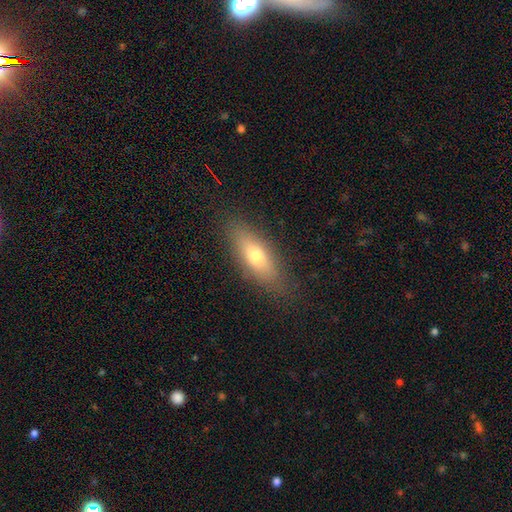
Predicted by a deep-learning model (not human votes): Overall: smooth (67%). How rounded: in between (58%; cigar-shaped 39%). Merging: none (85%).